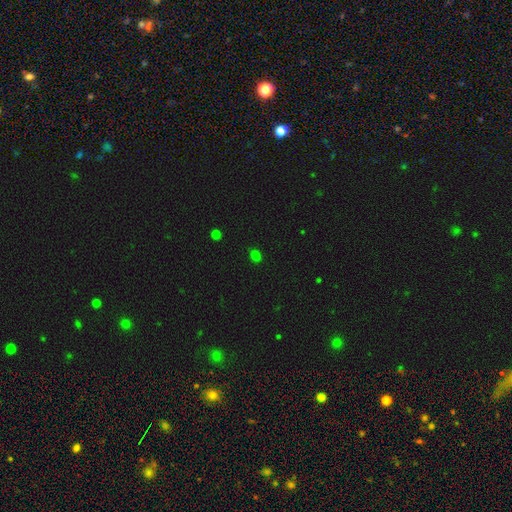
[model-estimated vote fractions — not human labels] smooth-or-featured: smooth: 74% | star or artifact: 23% | featured or disk: 4%
  how-rounded: in between: 55% | round: 44% | cigar-shaped: 1%
  merging: none: 86% | minor disturbance: 10% | major disturbance: 3% | merger: 2%